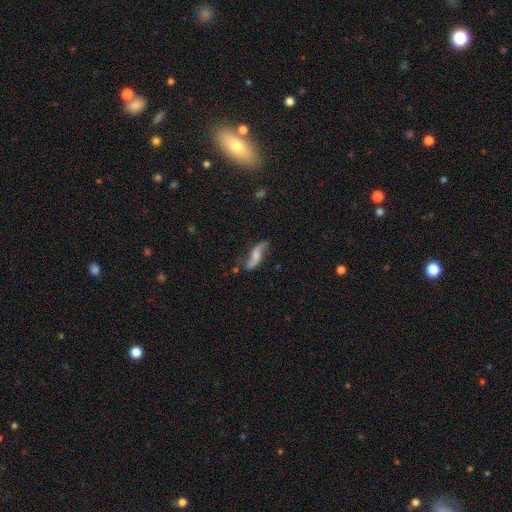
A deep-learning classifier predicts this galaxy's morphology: This is likely a featured or disk galaxy (75%). It is clearly not viewed edge-on (88%). Bar: possibly no (54%). Spiral arm pattern: clearly yes (93%). Spiral arm count: clearly 2 (92%). Spiral winding: clearly loose (88%). Central bulge: marginally small (40%). Merging: likely none (70%).